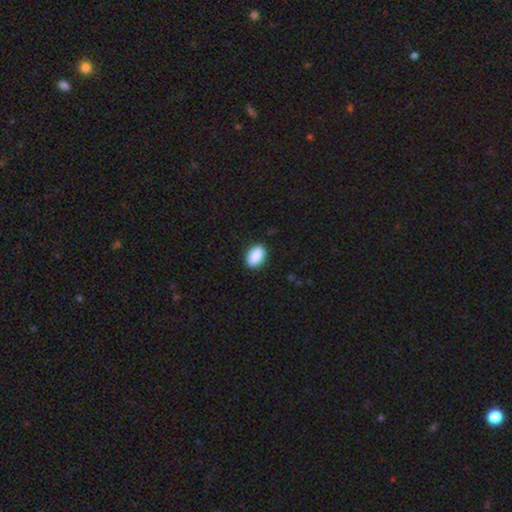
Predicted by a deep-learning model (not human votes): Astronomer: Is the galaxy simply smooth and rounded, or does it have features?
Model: smooth — 90%.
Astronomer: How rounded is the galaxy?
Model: in between — 91%.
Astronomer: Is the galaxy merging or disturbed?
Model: none — 89%.